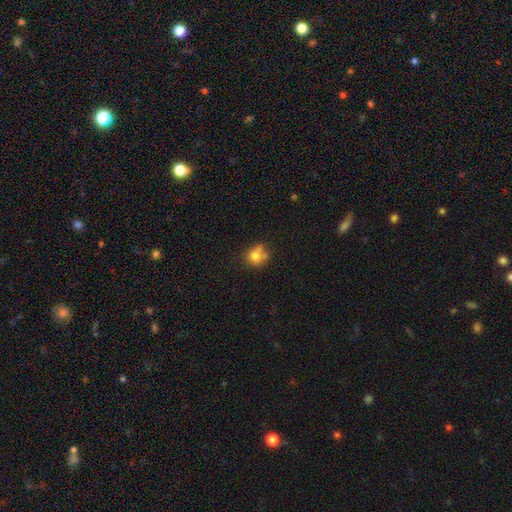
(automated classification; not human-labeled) smooth-or-featured: smooth: 78% | star or artifact: 12% | featured or disk: 11%
  how-rounded: round: 82% | in between: 17% | cigar-shaped: 1%
  merging: none: 56% | minor disturbance: 21% | merger: 17% | major disturbance: 7%